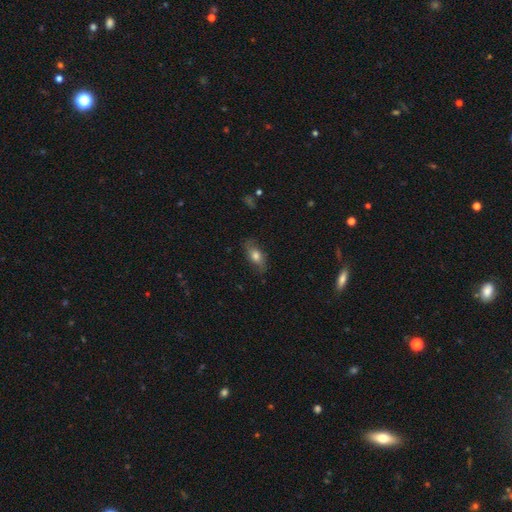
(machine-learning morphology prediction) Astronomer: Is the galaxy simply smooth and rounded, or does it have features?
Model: smooth — 62%.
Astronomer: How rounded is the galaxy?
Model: in between — 79%.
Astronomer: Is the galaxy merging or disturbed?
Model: none — 75%.